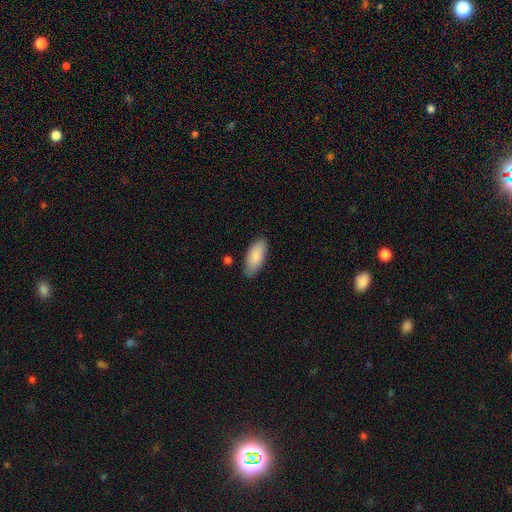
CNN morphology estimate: smooth_or_featured: smooth (p=0.86) [alt: featured or disk p=0.08]
how_rounded: in between (p=0.88) [alt: cigar-shaped p=0.11]
merging: none (p=0.81) [alt: minor disturbance p=0.15]